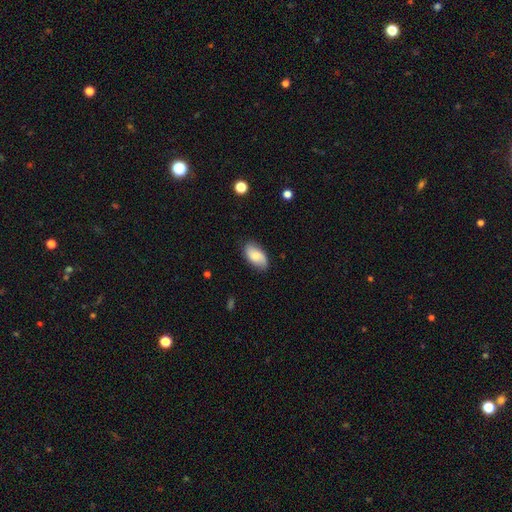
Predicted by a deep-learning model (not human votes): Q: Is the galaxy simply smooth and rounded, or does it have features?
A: smooth — 70%.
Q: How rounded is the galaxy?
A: in between — 94%.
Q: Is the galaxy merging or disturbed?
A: none — 79%.